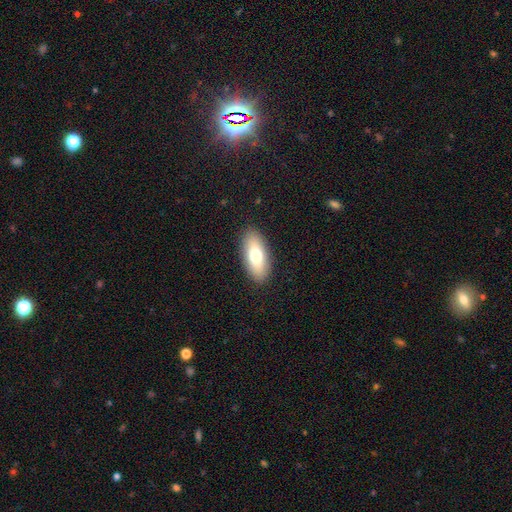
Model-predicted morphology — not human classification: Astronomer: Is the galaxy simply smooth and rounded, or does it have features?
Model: smooth — 73%.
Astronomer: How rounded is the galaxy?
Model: in between — 84%.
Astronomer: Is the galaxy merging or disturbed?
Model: none — 89%.